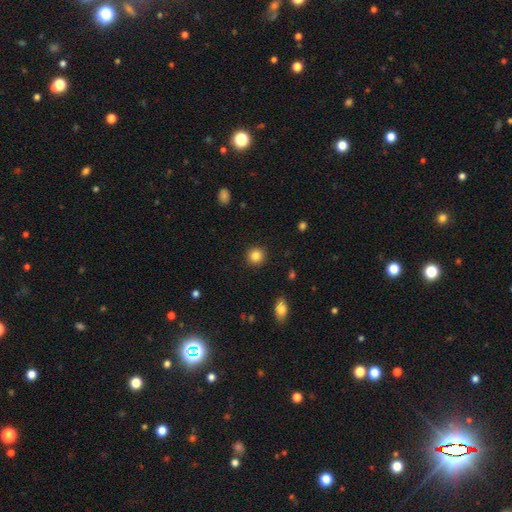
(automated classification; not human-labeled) Smooth or featured?
  - smooth: 84% *
  - star or artifact: 10%
  - featured or disk: 6%
How rounded?
  - round: 92% *
  - in between: 7%
  - cigar-shaped: 1%
Merging?
  - none: 92% *
  - minor disturbance: 5%
  - major disturbance: 2%
  - merger: 1%